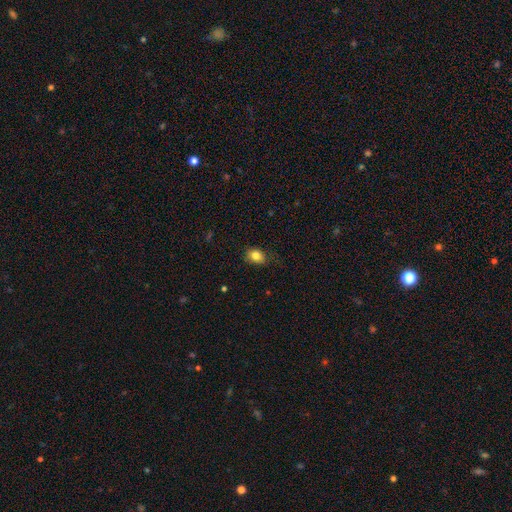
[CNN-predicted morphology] smooth_or_featured: smooth (p=0.83) [alt: star or artifact p=0.10]
how_rounded: in between (p=0.58) [alt: round p=0.41]
merging: none (p=0.73) [alt: minor disturbance p=0.21]